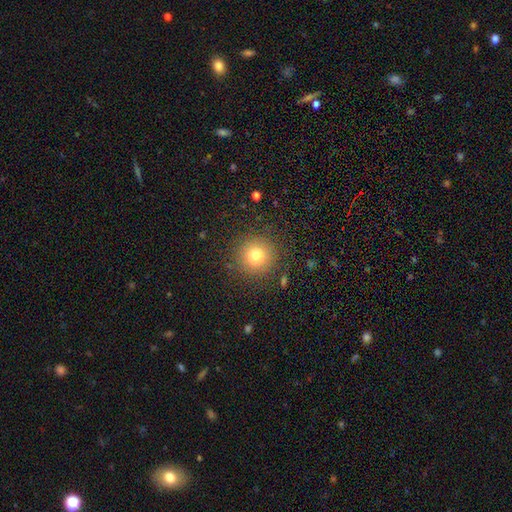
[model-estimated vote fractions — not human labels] Smooth or featured? smooth (76%)
How rounded? round (95%)
Merging? none (88%)